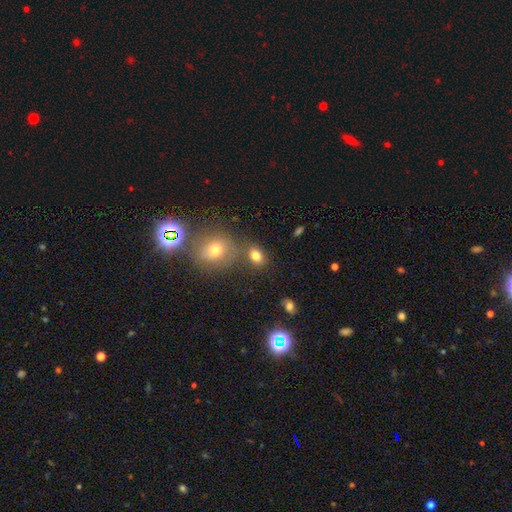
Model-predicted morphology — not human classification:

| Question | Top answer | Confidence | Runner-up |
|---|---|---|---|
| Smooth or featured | smooth | 77% | star or artifact (14%) |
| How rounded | in between | 64% | round (34%) |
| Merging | none | 66% | merger (18%) |